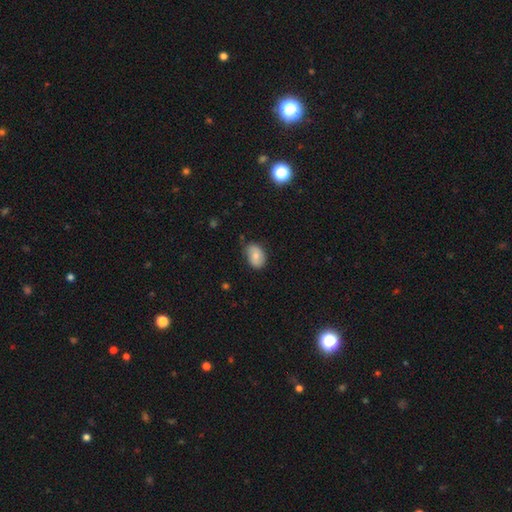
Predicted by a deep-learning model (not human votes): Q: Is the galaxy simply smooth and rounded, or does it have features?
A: smooth — 71%.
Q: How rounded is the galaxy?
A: in between — 81%.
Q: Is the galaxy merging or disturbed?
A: none — 68%.